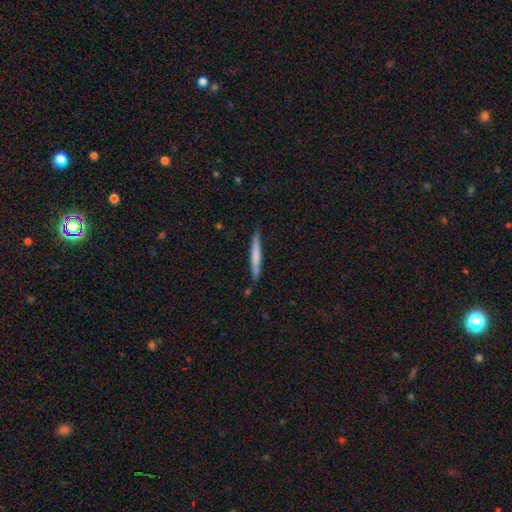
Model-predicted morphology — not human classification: Smooth or featured: smooth — 65% (featured or disk — 30%)
How rounded: cigar-shaped — 96% (in between — 3%)
Merging: none — 87% (minor disturbance — 10%)